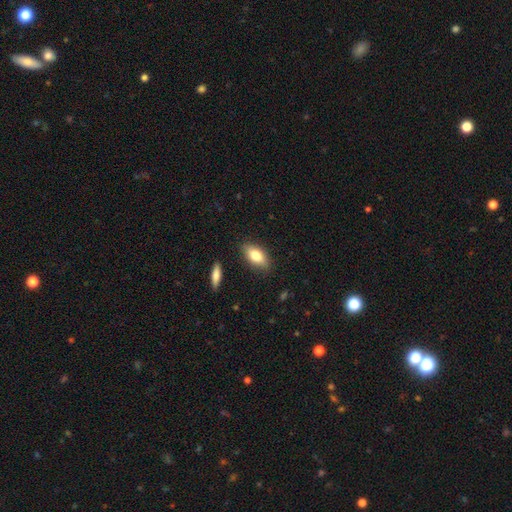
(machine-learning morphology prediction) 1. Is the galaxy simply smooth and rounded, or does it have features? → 78% smooth, 15% featured or disk, 7% star or artifact.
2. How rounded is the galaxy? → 87% in between, 8% cigar-shaped, 5% round.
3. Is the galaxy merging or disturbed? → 84% none, 12% minor disturbance, 2% major disturbance, 2% merger.